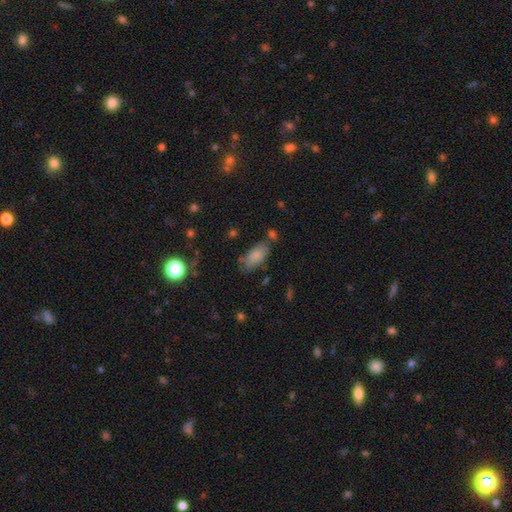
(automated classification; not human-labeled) smooth 83%, featured or disk 10%, star or artifact 8%. Down the decision tree: how rounded — in between (89%); merging — none (68%).